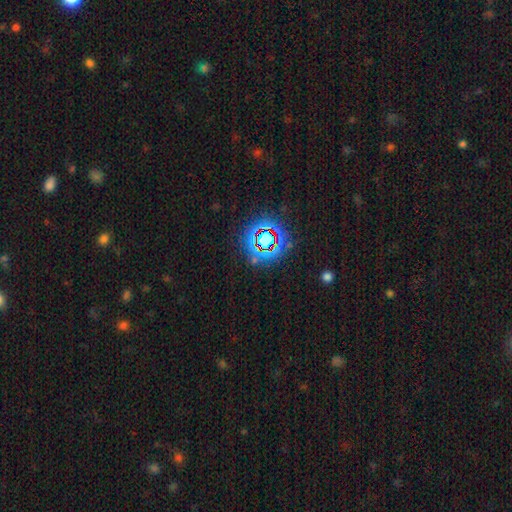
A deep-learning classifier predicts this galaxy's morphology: This appears to be a star or artifact, not a galaxy (74%).